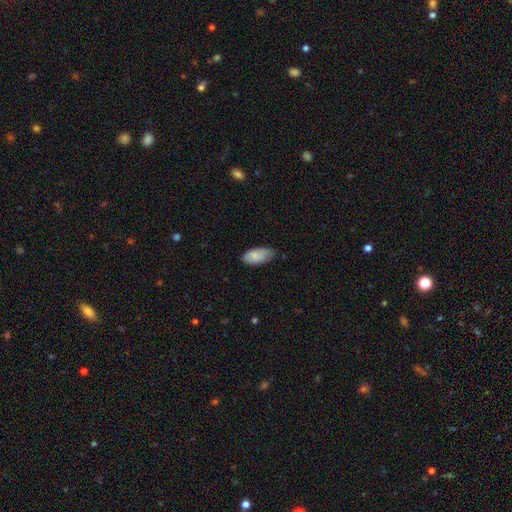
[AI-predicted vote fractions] A smooth galaxy with no disk features (84%) that is in between round and cigar-shaped (93%). Merging: none (67%).